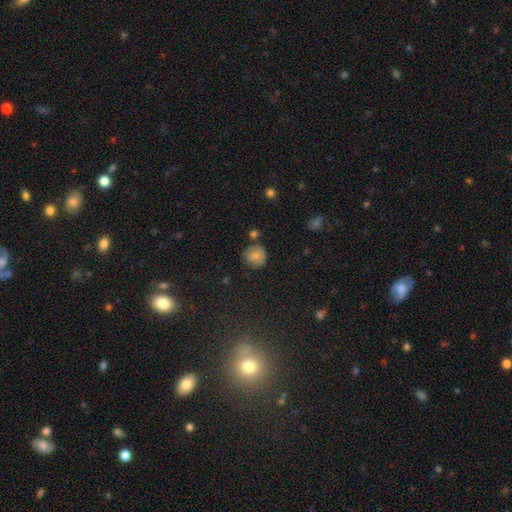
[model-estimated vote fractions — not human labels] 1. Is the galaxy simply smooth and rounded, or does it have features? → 79% smooth, 11% featured or disk, 11% star or artifact.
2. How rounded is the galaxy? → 89% round, 10% in between, 1% cigar-shaped.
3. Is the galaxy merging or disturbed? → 73% none, 17% minor disturbance, 6% merger, 4% major disturbance.